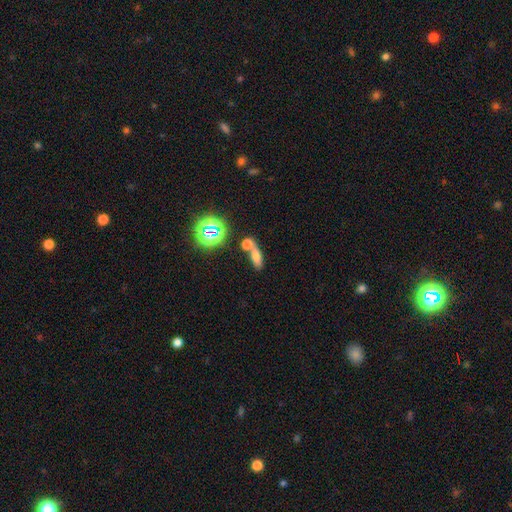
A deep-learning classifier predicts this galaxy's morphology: smooth-or-featured: smooth: 64% | star or artifact: 22% | featured or disk: 14%
  how-rounded: in between: 59% | cigar-shaped: 25% | round: 15%
  merging: none: 44% | merger: 40% | minor disturbance: 10% | major disturbance: 6%